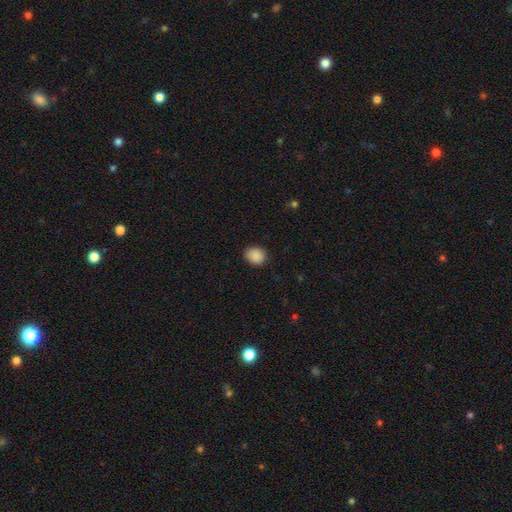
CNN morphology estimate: type=smooth (89%); roundness=round (60%); merging=none (83%).